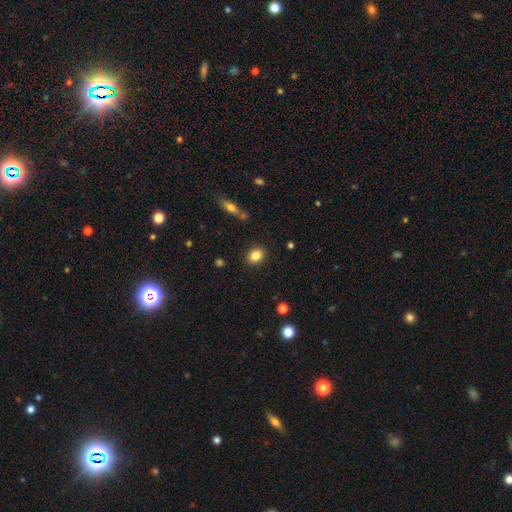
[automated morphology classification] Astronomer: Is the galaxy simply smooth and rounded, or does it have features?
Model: smooth — 84%.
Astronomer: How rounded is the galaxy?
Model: in between — 52% (runner-up: round, 46%).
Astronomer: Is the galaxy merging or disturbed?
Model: none — 88%.